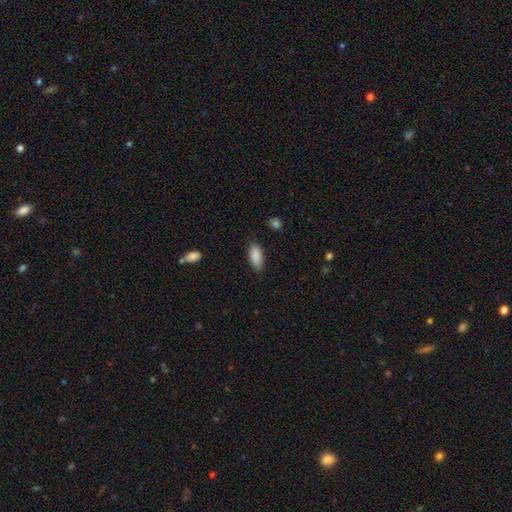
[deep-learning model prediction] smooth 89%, star or artifact 6%, featured or disk 5%. Down the decision tree: how rounded — in between (86%); merging — none (86%).